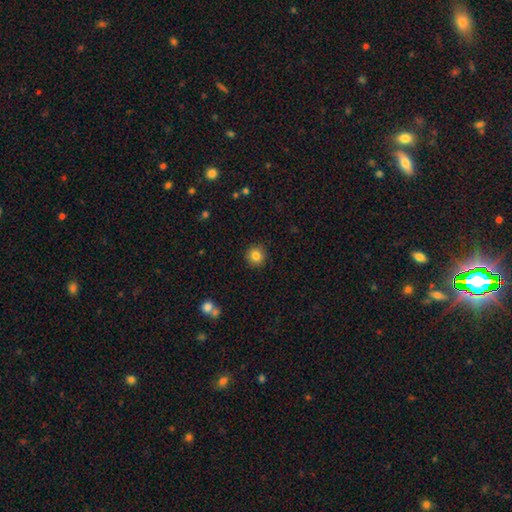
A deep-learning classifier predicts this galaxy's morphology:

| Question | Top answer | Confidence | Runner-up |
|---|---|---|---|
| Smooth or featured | smooth | 83% | star or artifact (10%) |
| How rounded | round | 92% | in between (7%) |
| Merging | none | 90% | minor disturbance (6%) |